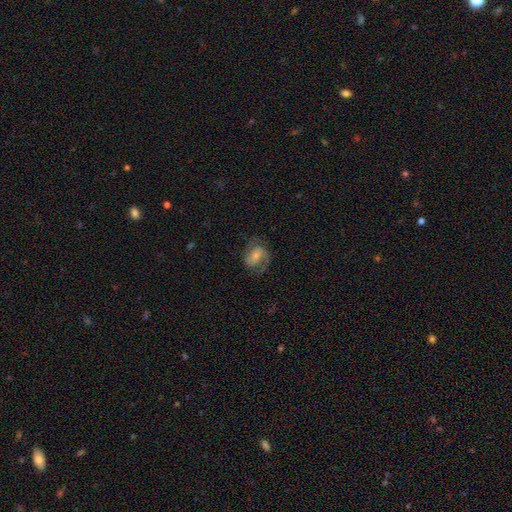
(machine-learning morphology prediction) smooth-or-featured: featured or disk: 58% | smooth: 35% | star or artifact: 8%
  disk-edge-on: no: 97% | yes: 3%
    bar: no: 51% | weak: 36% | strong: 13%
    has-spiral-arms: yes: 88% | no: 12%
    bulge-size: small: 50% | moderate: 36% | none: 7% | large: 6% | dominant: 2%
  merging: none: 60% | minor disturbance: 22% | major disturbance: 17% | merger: 1%